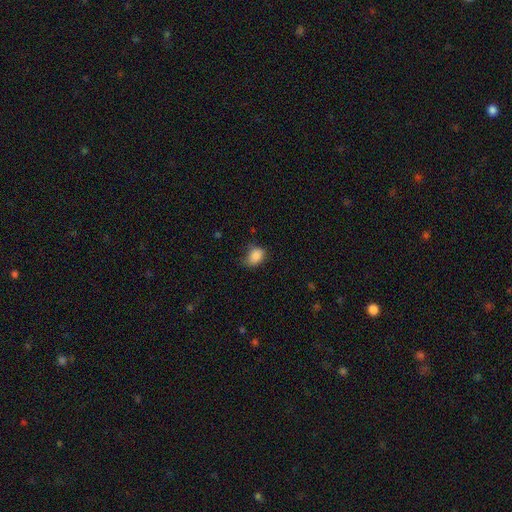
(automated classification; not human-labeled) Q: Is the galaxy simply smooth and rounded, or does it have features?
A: smooth — 86%.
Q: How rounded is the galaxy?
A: in between — 75%.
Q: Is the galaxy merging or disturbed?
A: none — 56%.